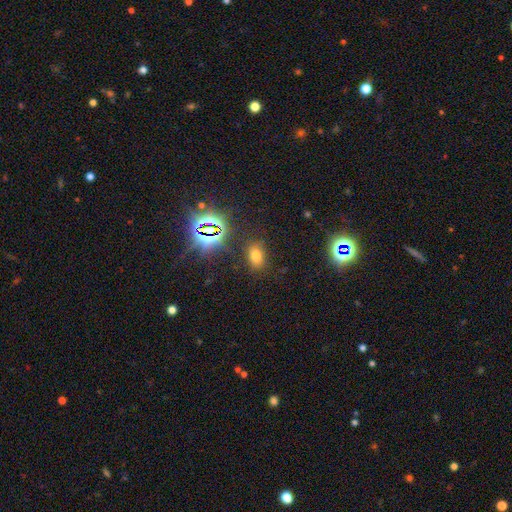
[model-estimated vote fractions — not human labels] smooth 64%, star or artifact 28%, featured or disk 8%. Down the decision tree: how rounded — in between (81%); merging — none (83%).